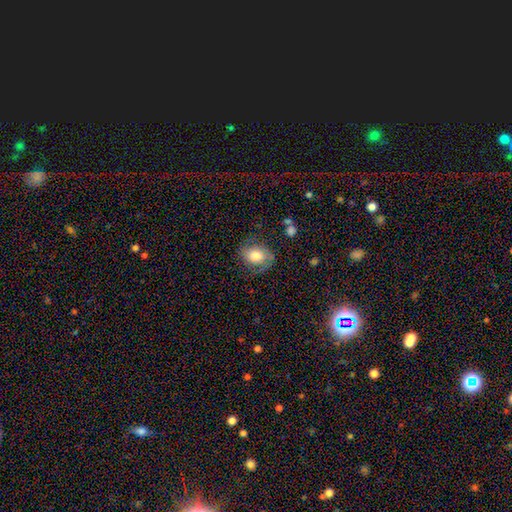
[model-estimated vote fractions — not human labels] Overall: featured or disk (50%; smooth 41%). Edge-on disk: no (97%). Merging: none (68%).